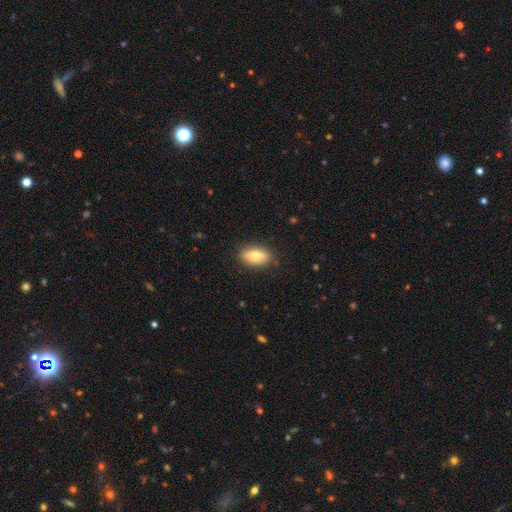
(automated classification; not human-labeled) Morphology: type=smooth (76%); roundness=in between (87%); merging=none (85%).